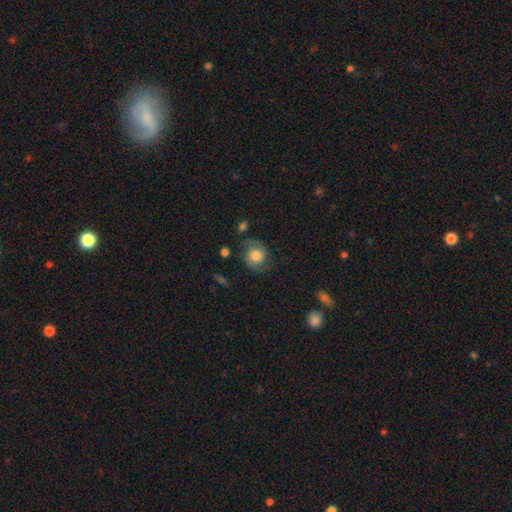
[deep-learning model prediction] Smooth or featured?
  - featured or disk: 49% *
  - smooth: 42%
  - star or artifact: 9%
Merging?
  - none: 72% *
  - minor disturbance: 18%
  - major disturbance: 8%
  - merger: 2%